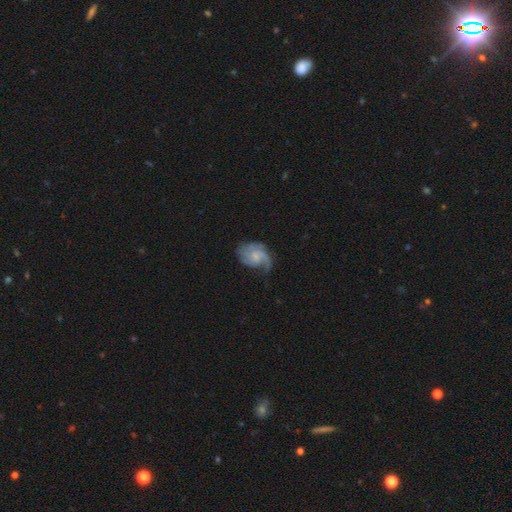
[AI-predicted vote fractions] A featured or disk galaxy (74%) with no bar (61%), 2 (32%) medium (44%) spiral arms (93%) and a small central bulge (36%).

Vote fractions:
- Smooth or featured? featured or disk: 74% / smooth: 19% / star or artifact: 6%
- Edge-on disk? no: 98% / yes: 2%
- Bar? no: 61% / weak: 35% / strong: 4%
- Spiral arms? yes: 93% / no: 7%
- Spiral winding? medium: 44% / tight: 29% / loose: 27%
- Spiral arm count? 2: 32% / 3: 21% / can't tell: 21% / 1: 17% / 4: 5% / more than 4: 4%
- Bulge size? small: 36% / none: 30% / moderate: 28% / large: 5% / dominant: 1%
- Merging? none: 54% / minor disturbance: 25% / major disturbance: 19% / merger: 2%